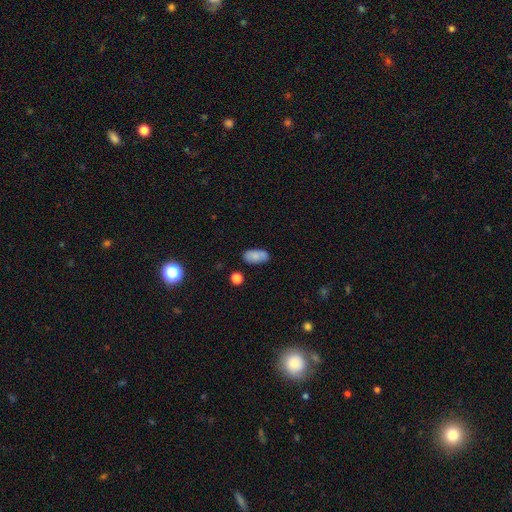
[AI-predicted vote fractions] Q: Smooth or featured?
A: smooth (81%); runner-up: featured or disk (11%)
Q: How rounded?
A: in between (93%); runner-up: cigar-shaped (4%)
Q: Merging?
A: none (70%); runner-up: minor disturbance (19%)